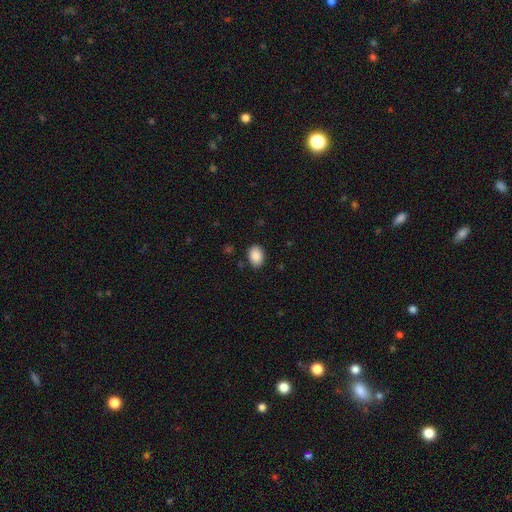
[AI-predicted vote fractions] Smooth or featured? smooth (89%)
How rounded? in between (77%)
Merging? none (85%)